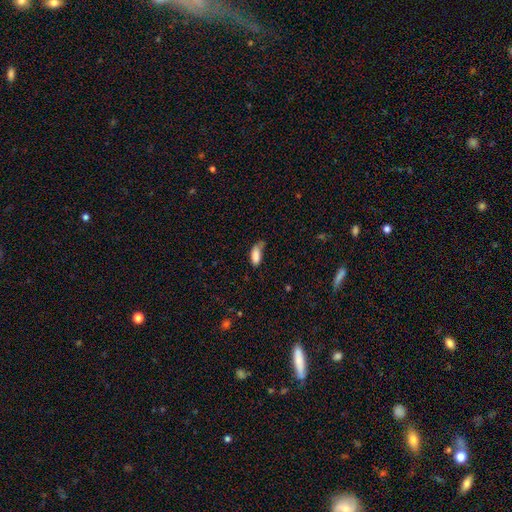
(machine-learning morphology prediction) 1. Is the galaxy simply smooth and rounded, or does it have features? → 85% smooth, 8% star or artifact, 7% featured or disk.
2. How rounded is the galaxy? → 82% in between, 16% cigar-shaped, 2% round.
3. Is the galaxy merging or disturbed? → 44% none, 37% minor disturbance, 13% major disturbance, 6% merger.